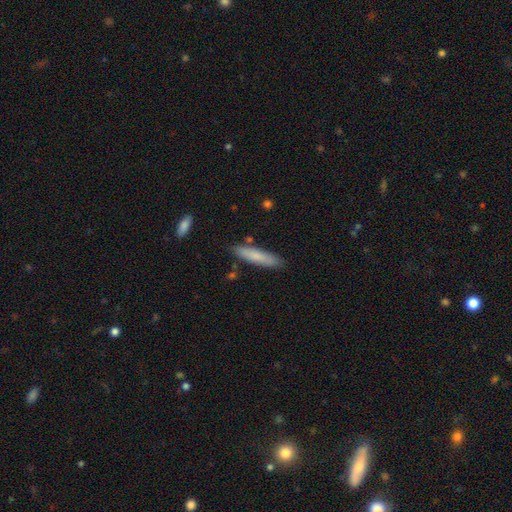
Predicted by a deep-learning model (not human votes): Morphology: type=smooth (76%); roundness=cigar-shaped (84%); merging=none (84%).